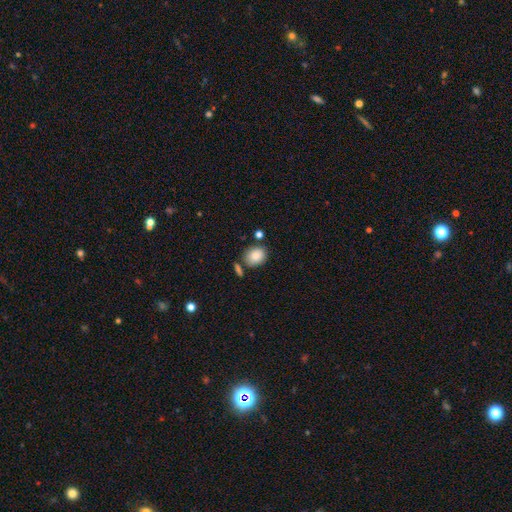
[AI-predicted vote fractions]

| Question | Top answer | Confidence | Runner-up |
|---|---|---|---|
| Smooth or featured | smooth | 84% | star or artifact (9%) |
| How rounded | round | 60% | in between (38%) |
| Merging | none | 71% | minor disturbance (14%) |